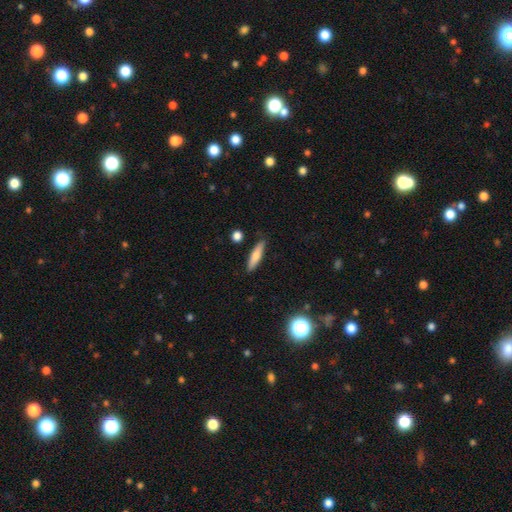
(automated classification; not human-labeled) This is likely a smooth galaxy (70%). How rounded: likely cigar-shaped (75%). Merging: clearly none (86%).